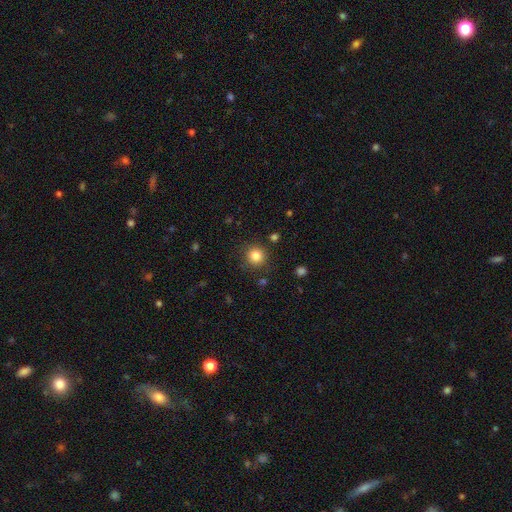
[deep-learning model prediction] Smooth or featured? smooth (84%)
How rounded? round (93%)
Merging? none (86%)